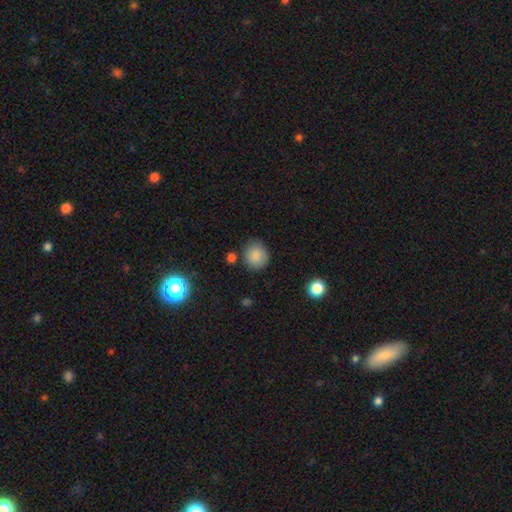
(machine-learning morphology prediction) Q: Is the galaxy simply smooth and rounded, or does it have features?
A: smooth — 86%.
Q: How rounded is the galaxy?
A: round — 83%.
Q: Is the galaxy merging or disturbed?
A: none — 79%.